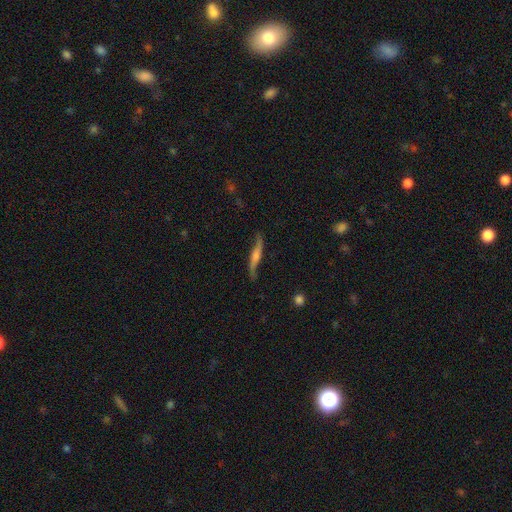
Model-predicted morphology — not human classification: This is likely a featured or disk galaxy (72%). It is likely viewed edge-on (65%). Merging: likely none (73%).